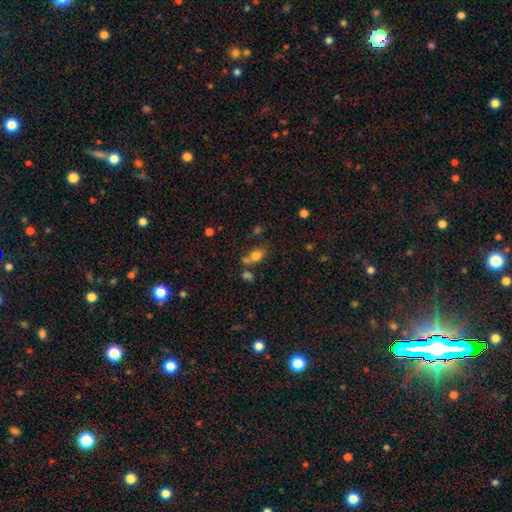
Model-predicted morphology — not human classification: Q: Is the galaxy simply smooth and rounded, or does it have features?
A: smooth — 78%.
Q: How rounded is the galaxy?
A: in between — 75%.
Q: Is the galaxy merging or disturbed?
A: none — 48%.